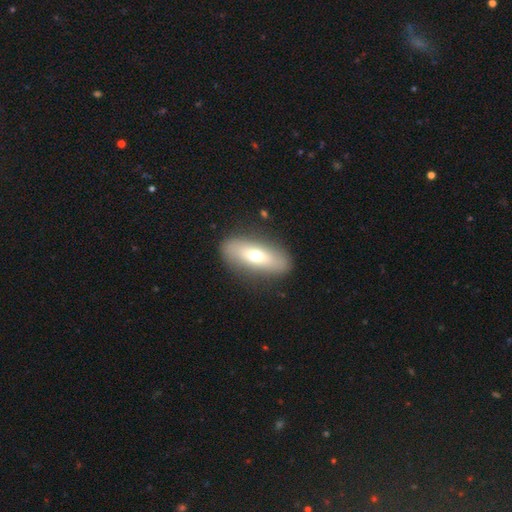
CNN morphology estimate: smooth-or-featured: smooth: 61% | featured or disk: 32% | star or artifact: 7%
  how-rounded: in between: 70% | cigar-shaped: 25% | round: 5%
  merging: none: 86% | minor disturbance: 9% | major disturbance: 3% | merger: 1%